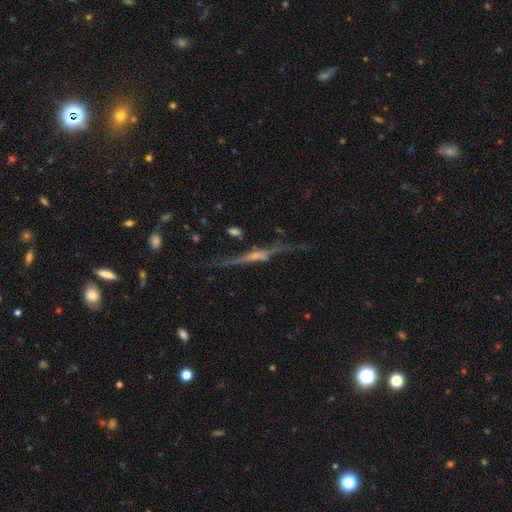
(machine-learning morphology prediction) type=featured or disk (78%); edge-on=yes (95%); edge-on bulge=rounded (73%); merging=none (73%).